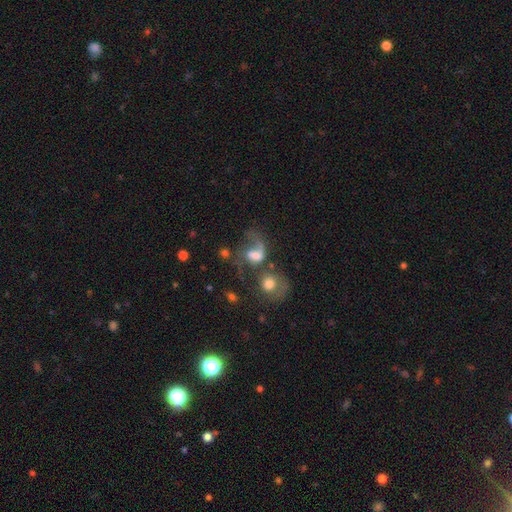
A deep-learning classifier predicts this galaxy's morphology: smooth-or-featured: featured or disk: 52% | smooth: 36% | star or artifact: 12%
  disk-edge-on: no: 97% | yes: 3%
  merging: merger: 37% | major disturbance: 31% | none: 20% | minor disturbance: 11%